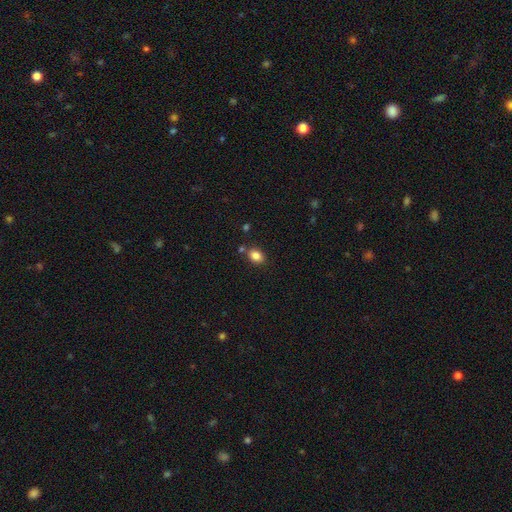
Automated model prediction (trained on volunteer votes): Overall: smooth (84%). How rounded: in between (68%; round 31%). Merging: none (77%).